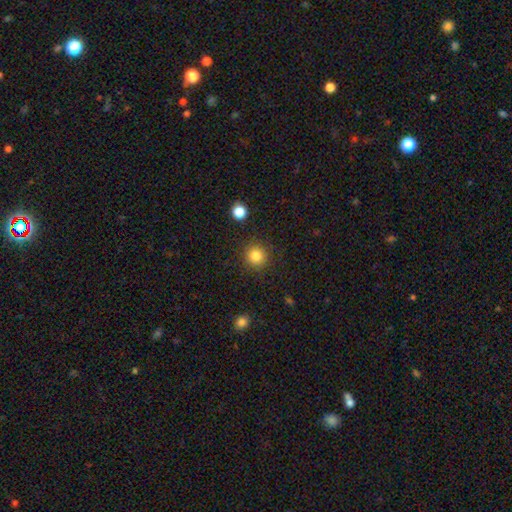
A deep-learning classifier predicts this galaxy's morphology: smooth 84%, star or artifact 11%, featured or disk 5%. Down the decision tree: how rounded — round (94%); merging — none (90%).